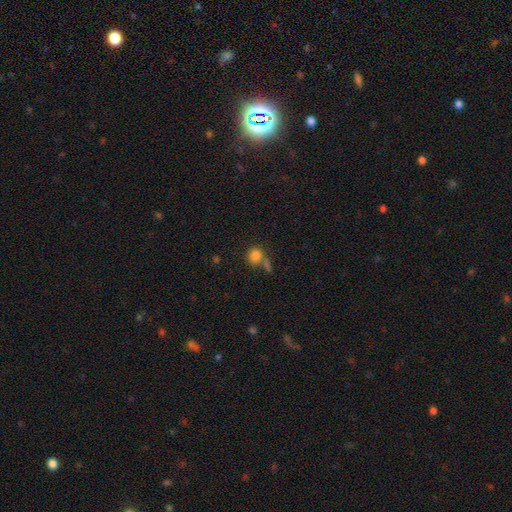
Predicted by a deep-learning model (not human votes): A smooth galaxy with no disk features (83%) that is round (80%). Merging: none (53%).